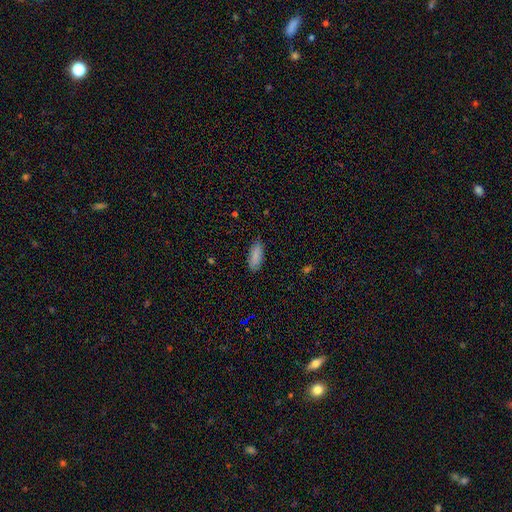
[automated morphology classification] Q: Smooth or featured?
A: smooth (87%); runner-up: star or artifact (7%)
Q: How rounded?
A: in between (80%); runner-up: cigar-shaped (18%)
Q: Merging?
A: none (85%); runner-up: minor disturbance (12%)